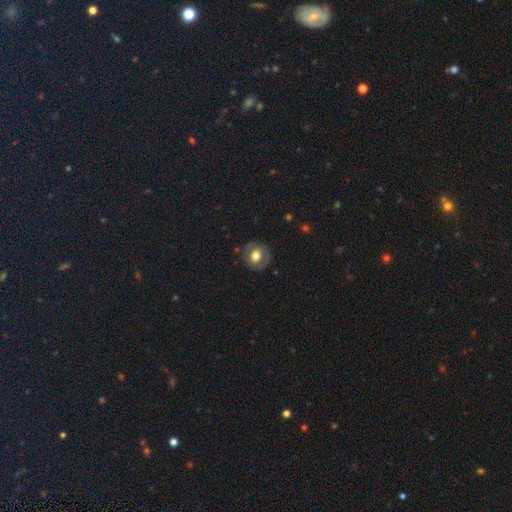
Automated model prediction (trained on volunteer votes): Smooth or featured? smooth (60%)
How rounded? round (77%)
Merging? none (80%)